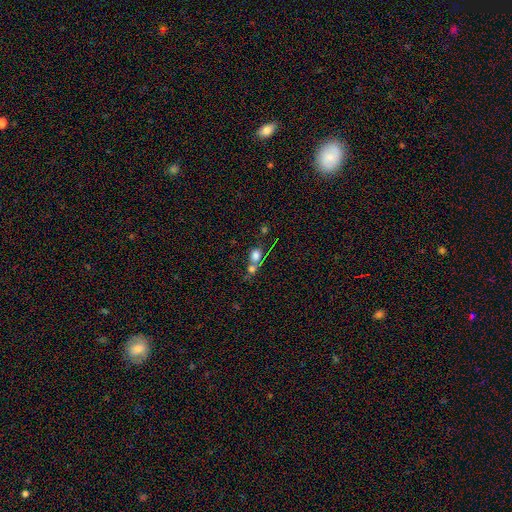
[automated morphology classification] Smooth or featured? smooth (70%)
How rounded? round (59%)
Merging? merger (52%)